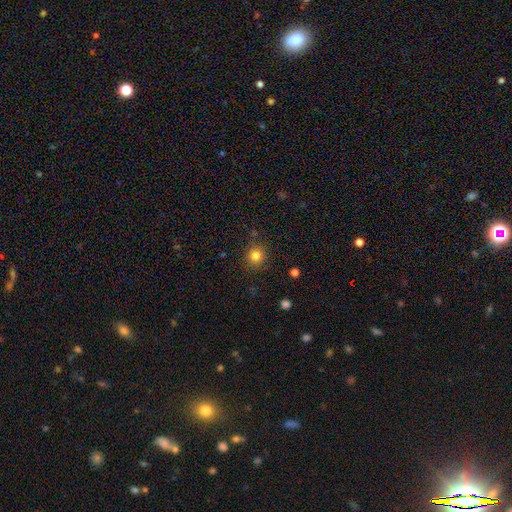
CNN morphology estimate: Overall: smooth (83%). How rounded: round (92%). Merging: none (86%).